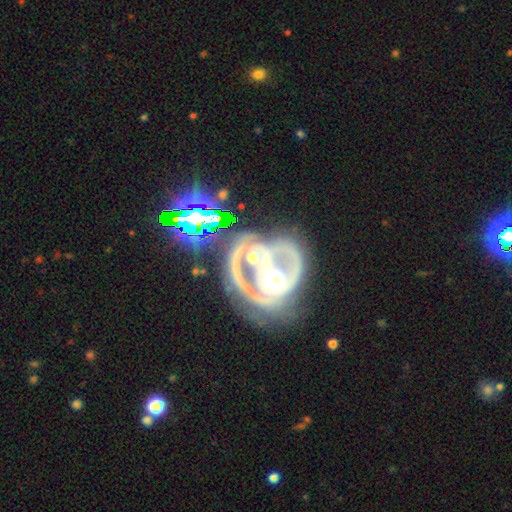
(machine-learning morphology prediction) Smooth or featured: featured or disk — 75% (star or artifact — 15%)
Edge-on disk: no — 97% (yes — 3%)
Bar: no — 57% (weak — 25%)
Spiral arms: yes — 66% (no — 34%)
Bulge size: moderate — 57% (small — 33%)
Merging: merger — 37% (major disturbance — 25%)